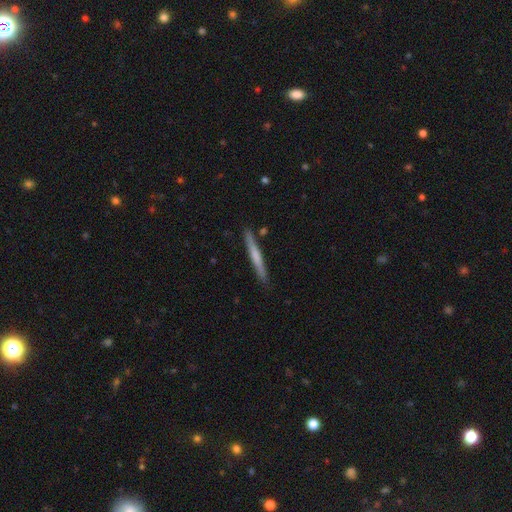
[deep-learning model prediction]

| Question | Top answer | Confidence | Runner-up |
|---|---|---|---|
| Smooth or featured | smooth | 52% | featured or disk (42%) |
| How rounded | cigar-shaped | 97% | in between (2%) |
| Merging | none | 88% | minor disturbance (8%) |